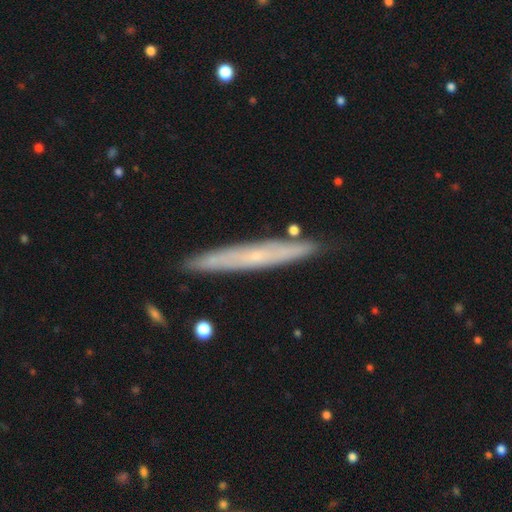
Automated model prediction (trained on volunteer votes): Morphology: type=featured or disk (60%); edge-on=yes (87%); edge-on bulge=none (65%); merging=none (88%).